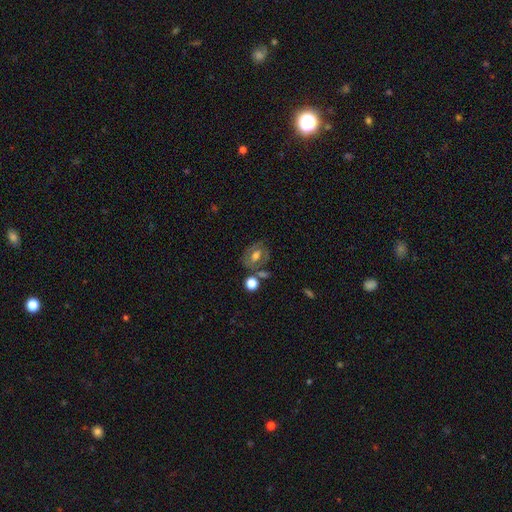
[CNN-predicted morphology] smooth-or-featured: featured or disk: 45% | smooth: 44% | star or artifact: 11%
  merging: none: 61% | minor disturbance: 17% | merger: 13% | major disturbance: 9%